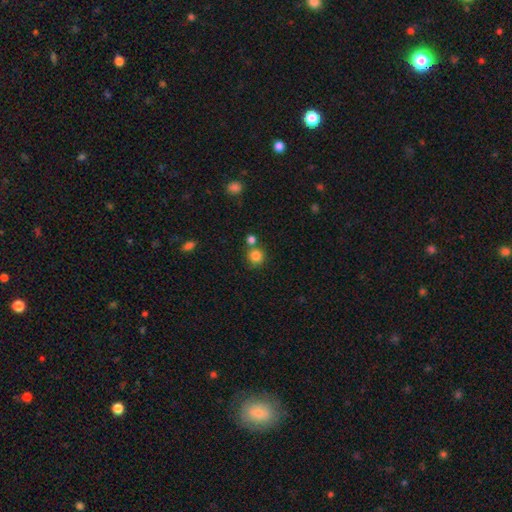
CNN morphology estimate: Smooth or featured: smooth — 83% (star or artifact — 11%)
How rounded: round — 91% (in between — 8%)
Merging: none — 67% (merger — 20%)